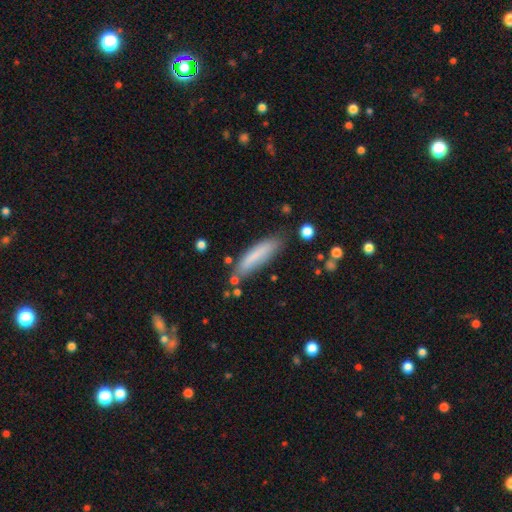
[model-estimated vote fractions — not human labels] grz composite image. It shows a smooth galaxy with no disk features (78%) that is cigar-shaped (74%). Merging: none (75%).